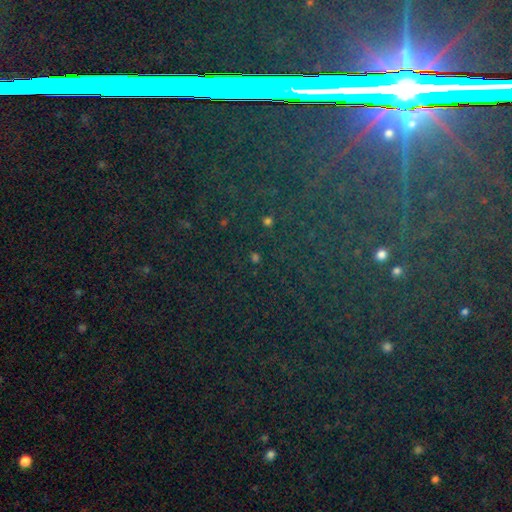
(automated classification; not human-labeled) Smooth or featured: star or artifact — 79% (smooth — 12%)